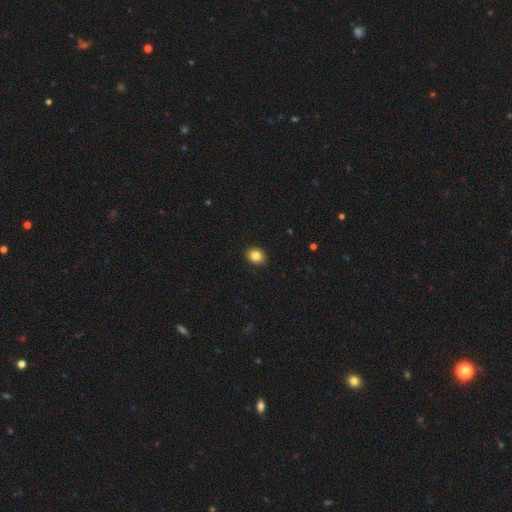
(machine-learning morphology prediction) smooth-or-featured: smooth: 83% | star or artifact: 9% | featured or disk: 7%
  how-rounded: in between: 54% | round: 45% | cigar-shaped: 1%
  merging: none: 91% | minor disturbance: 7% | major disturbance: 2% | merger: 1%